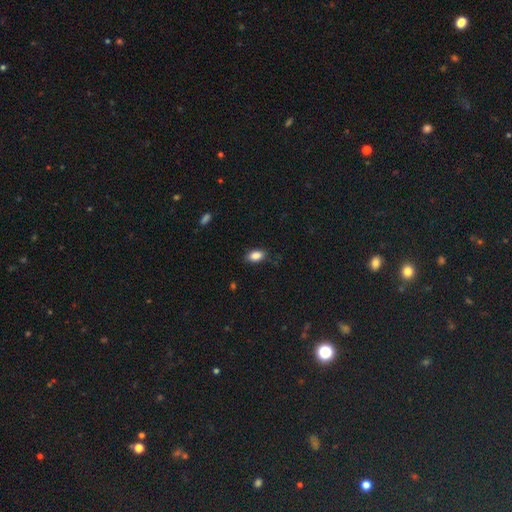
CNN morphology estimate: Smooth or featured? smooth (86%)
How rounded? in between (90%)
Merging? none (82%)